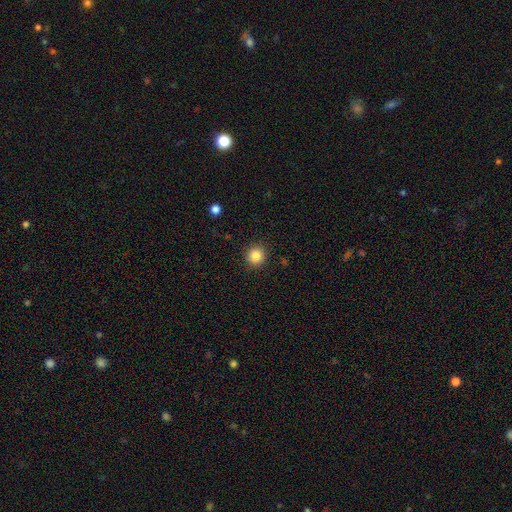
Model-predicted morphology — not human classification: smooth 84%, star or artifact 11%, featured or disk 6%. Down the decision tree: how rounded — round (91%); merging — none (92%).